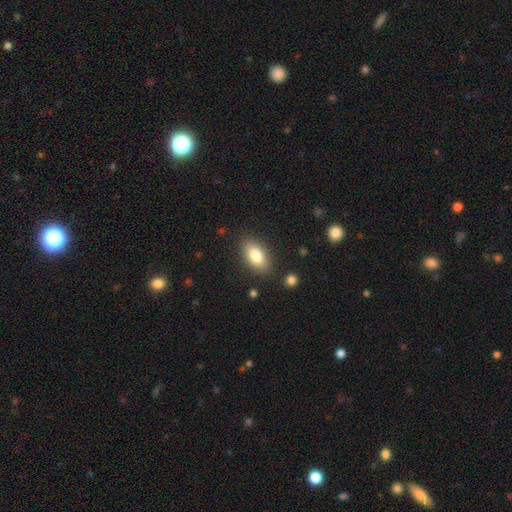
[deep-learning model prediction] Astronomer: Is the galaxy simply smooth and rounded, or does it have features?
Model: smooth — 81%.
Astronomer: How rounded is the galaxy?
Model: in between — 90%.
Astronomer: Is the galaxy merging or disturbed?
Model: none — 85%.